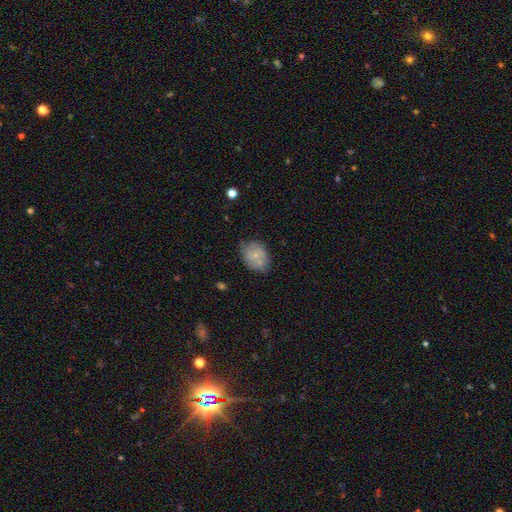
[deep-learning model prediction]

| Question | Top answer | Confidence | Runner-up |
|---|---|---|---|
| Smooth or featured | smooth | 61% | featured or disk (30%) |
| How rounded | in between | 59% | round (40%) |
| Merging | none | 61% | minor disturbance (24%) |